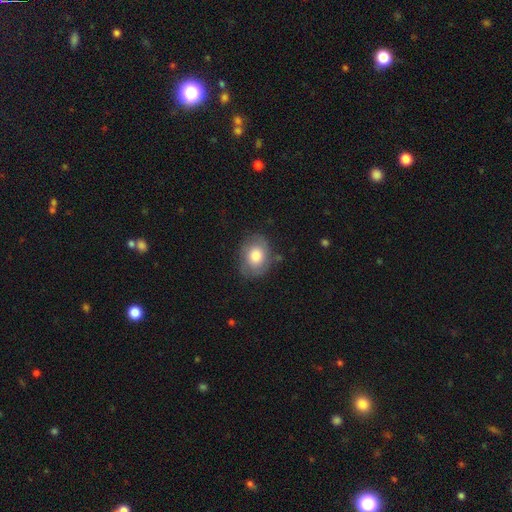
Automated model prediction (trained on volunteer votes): Smooth or featured?
  - smooth: 72% *
  - featured or disk: 21%
  - star or artifact: 7%
How rounded?
  - in between: 61% *
  - round: 38%
  - cigar-shaped: 1%
Merging?
  - none: 73% *
  - minor disturbance: 20%
  - major disturbance: 6%
  - merger: 2%